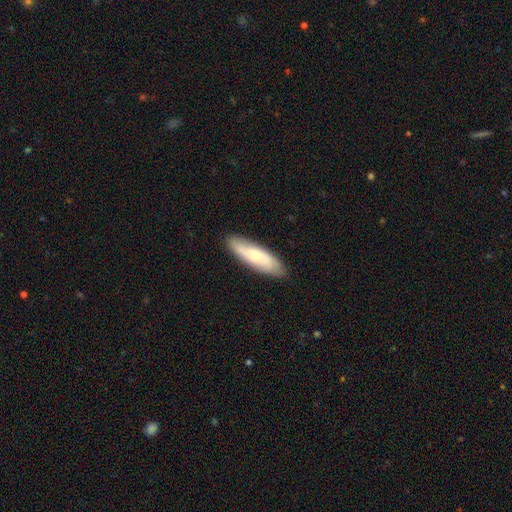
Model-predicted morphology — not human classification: Smooth or featured? Predicted: smooth (p=0.52). How rounded? Predicted: cigar-shaped (p=0.58). Merging? Predicted: none (p=0.86).